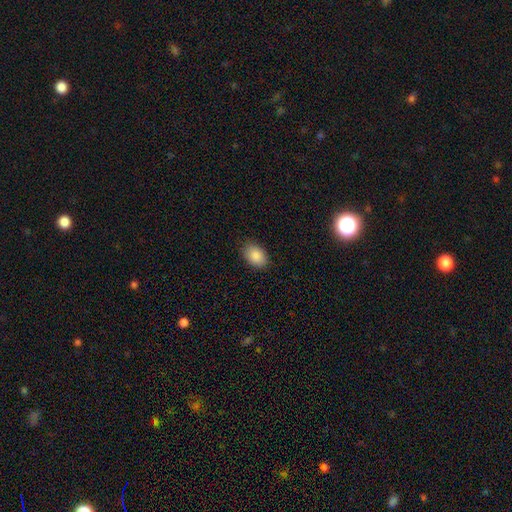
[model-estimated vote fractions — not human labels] A smooth galaxy with no disk features (88%) that is in between round and cigar-shaped (85%). Merging: none (86%).